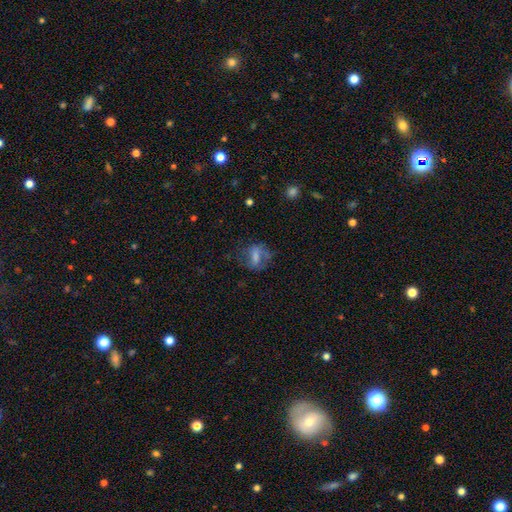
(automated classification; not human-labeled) This appears to be a smooth galaxy with no disk features (54%) that is in between round and cigar-shaped (64%). Merging: none (47%).